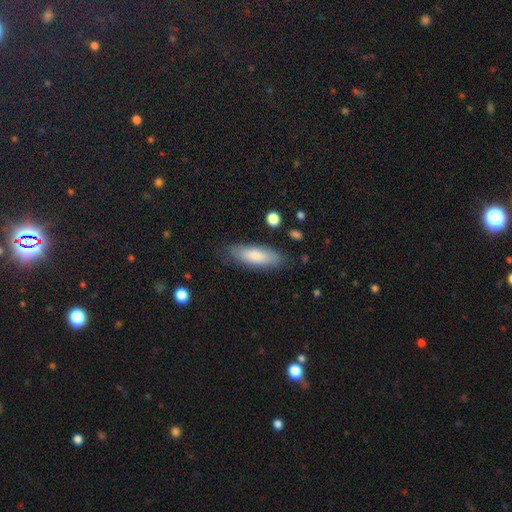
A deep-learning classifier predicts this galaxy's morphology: Smooth or featured? Predicted: smooth (p=0.79). How rounded? Predicted: in between (p=0.57). Merging? Predicted: none (p=0.80).